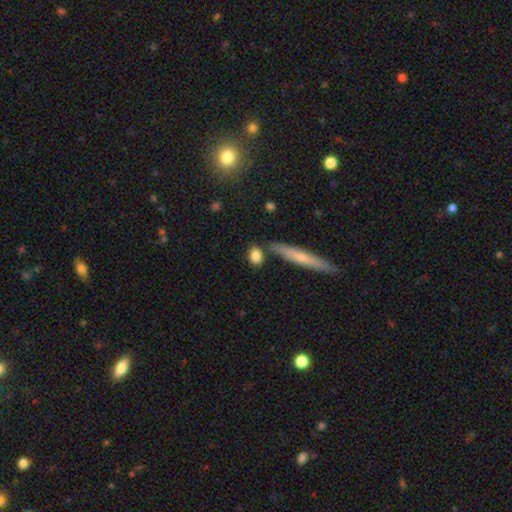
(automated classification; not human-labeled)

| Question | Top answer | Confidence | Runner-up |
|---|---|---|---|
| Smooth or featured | smooth | 82% | featured or disk (11%) |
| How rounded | in between | 64% | round (24%) |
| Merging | none | 73% | minor disturbance (14%) |